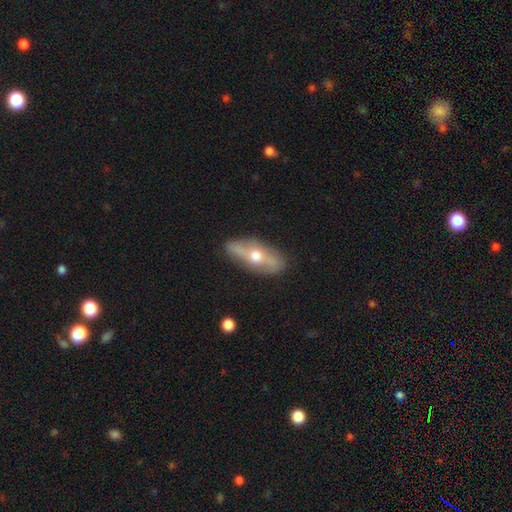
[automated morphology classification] A featured or disk galaxy (62%).

Vote fractions:
- Smooth or featured? featured or disk: 62% / smooth: 31% / star or artifact: 7%
- Edge-on disk? no: 56% / yes: 44%
- Merging? none: 83% / minor disturbance: 12% / major disturbance: 3% / merger: 2%